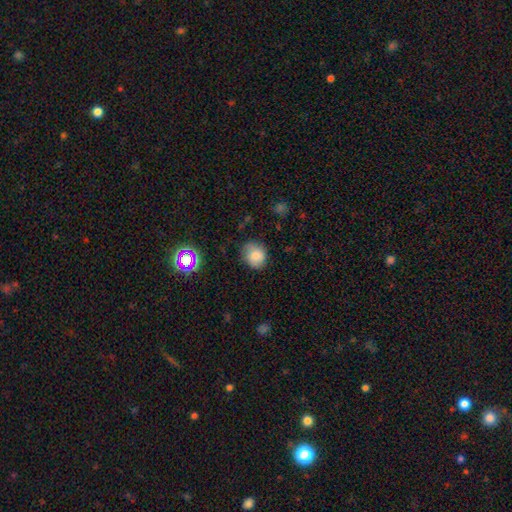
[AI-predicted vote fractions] Smooth or featured? Predicted: smooth (p=0.78). How rounded? Predicted: round (p=0.72). Merging? Predicted: none (p=0.72).